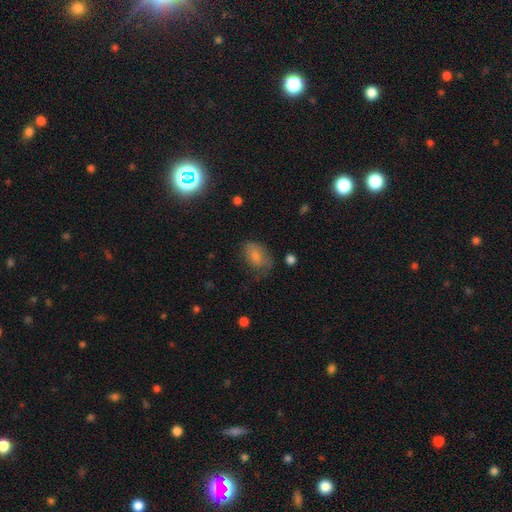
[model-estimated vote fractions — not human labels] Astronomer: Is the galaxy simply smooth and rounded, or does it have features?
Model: smooth — 77%.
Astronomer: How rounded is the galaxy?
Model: in between — 84%.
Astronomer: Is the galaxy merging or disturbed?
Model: none — 53% (runner-up: minor disturbance, 30%).